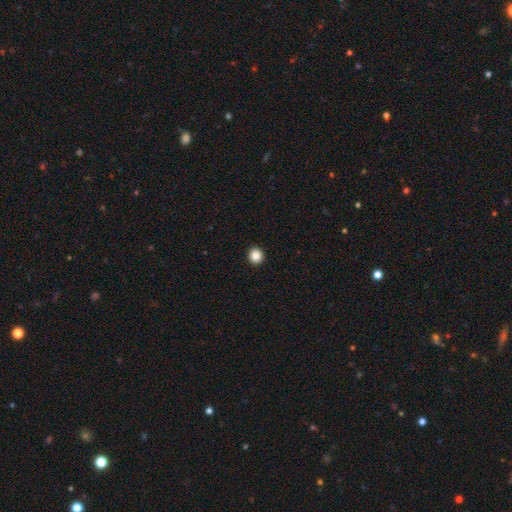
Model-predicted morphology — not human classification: Smooth or featured?
  - smooth: 87% *
  - star or artifact: 10%
  - featured or disk: 3%
How rounded?
  - round: 90% *
  - in between: 9%
  - cigar-shaped: 1%
Merging?
  - none: 93% *
  - minor disturbance: 4%
  - major disturbance: 1%
  - merger: 1%